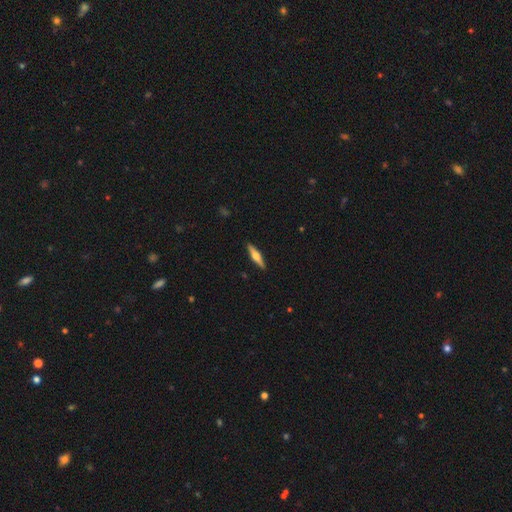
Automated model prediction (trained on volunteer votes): Overall: featured or disk (58%; smooth 37%). Edge-on disk: yes (96%). Edge-on bulge: rounded (90%). Merging: none (90%).